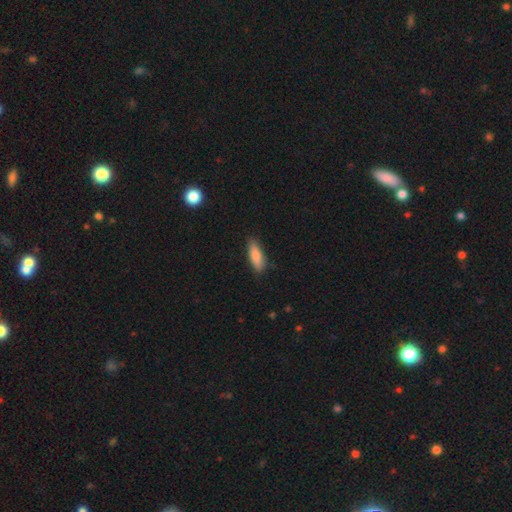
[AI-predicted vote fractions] smooth 79%, featured or disk 14%, star or artifact 6%. Down the decision tree: how rounded — in between (55%); merging — none (83%).